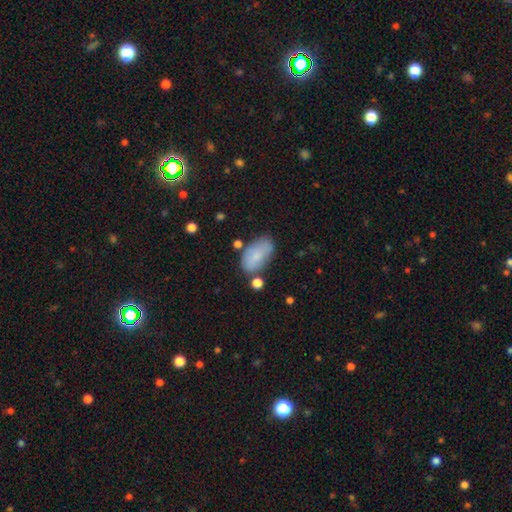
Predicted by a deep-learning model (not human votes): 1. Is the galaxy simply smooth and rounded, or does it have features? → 82% smooth, 11% featured or disk, 7% star or artifact.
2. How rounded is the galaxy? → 94% in between, 3% round, 2% cigar-shaped.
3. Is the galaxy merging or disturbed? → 65% none, 21% minor disturbance, 8% merger, 6% major disturbance.